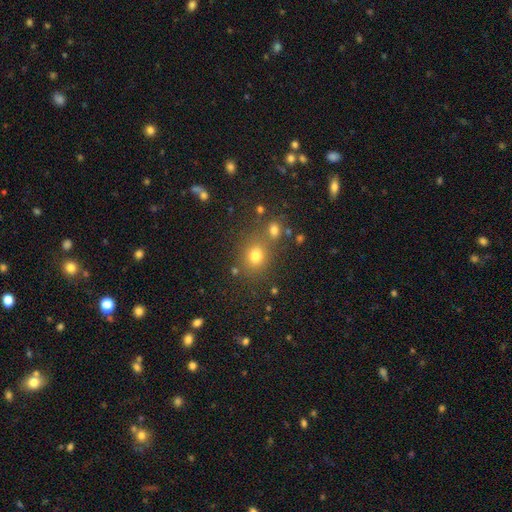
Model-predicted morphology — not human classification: type=smooth (73%); roundness=round (71%); merging=none (67%).